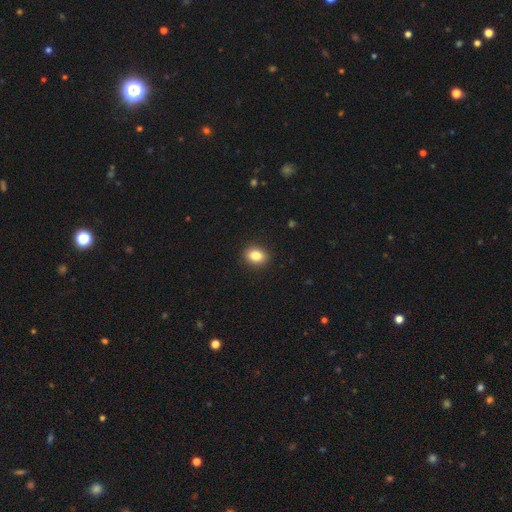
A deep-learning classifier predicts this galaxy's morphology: Overall: smooth (85%). How rounded: in between (63%; round 35%). Merging: none (91%).